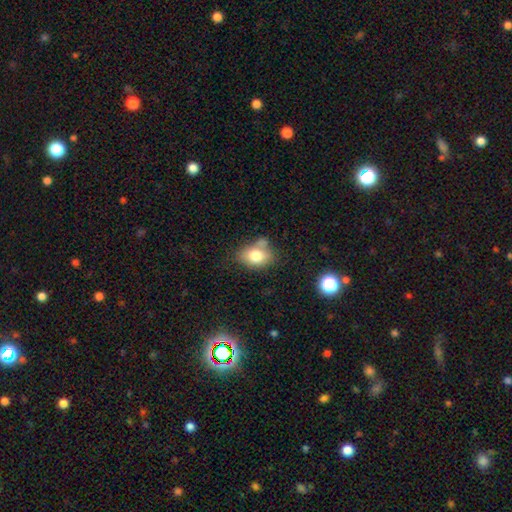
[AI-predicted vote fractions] Smooth or featured: smooth — 77% (featured or disk — 14%)
How rounded: in between — 70% (round — 28%)
Merging: none — 50% (minor disturbance — 23%)